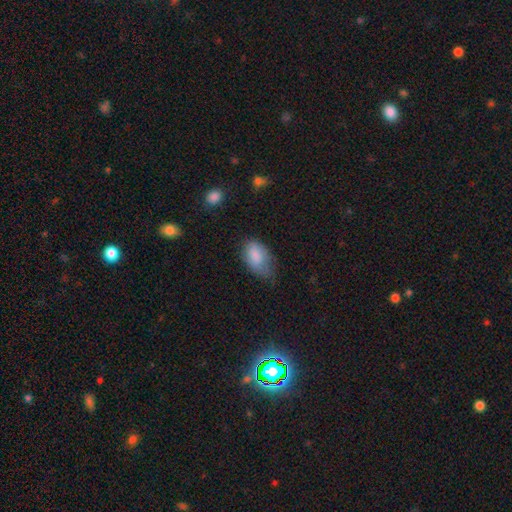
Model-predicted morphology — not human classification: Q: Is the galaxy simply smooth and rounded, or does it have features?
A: smooth — 83%.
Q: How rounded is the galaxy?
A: in between — 91%.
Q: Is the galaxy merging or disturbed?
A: minor disturbance — 43%.